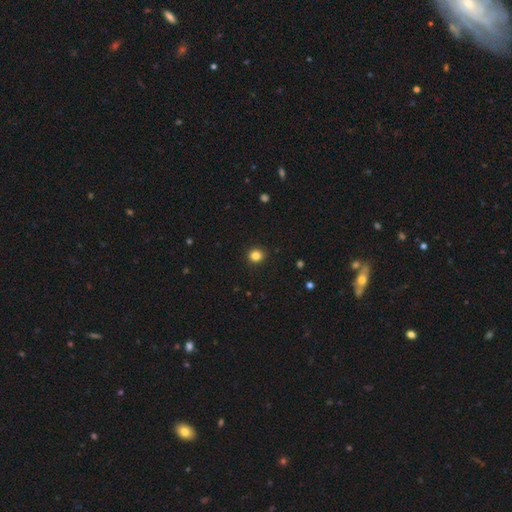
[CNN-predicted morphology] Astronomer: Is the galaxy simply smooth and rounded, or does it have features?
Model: smooth — 84%.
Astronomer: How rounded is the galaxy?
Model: round — 85%.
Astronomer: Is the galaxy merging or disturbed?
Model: none — 92%.